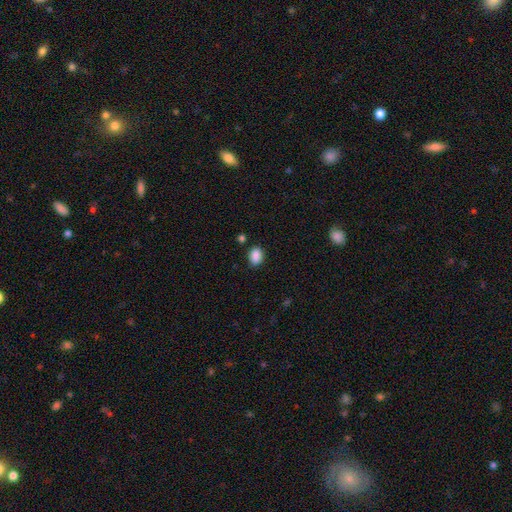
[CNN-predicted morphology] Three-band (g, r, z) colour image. It shows a smooth galaxy with no disk features (88%) that is in between round and cigar-shaped (68%). Merging: none (82%).